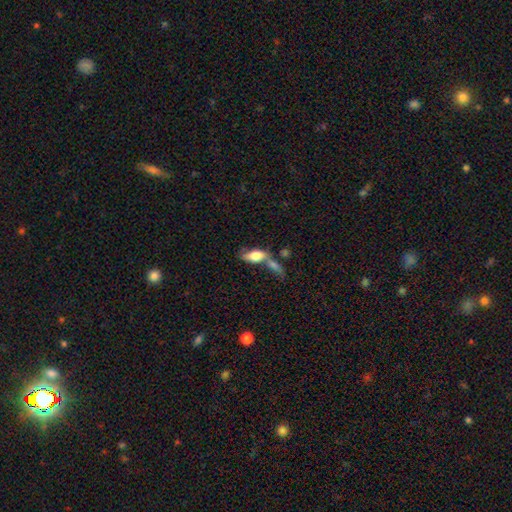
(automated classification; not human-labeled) A smooth galaxy with no disk features (70%) that is in between round and cigar-shaped (84%). Merging: merger (49%).